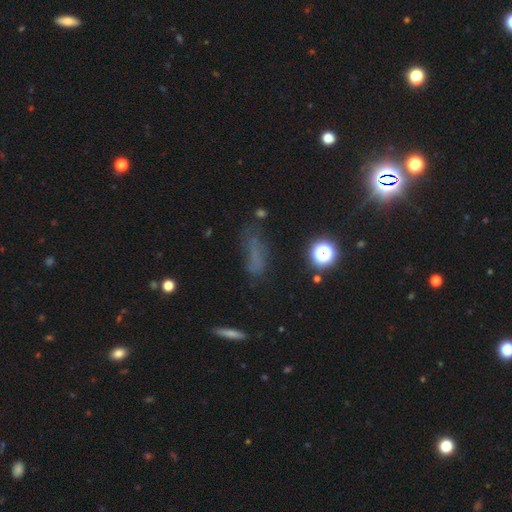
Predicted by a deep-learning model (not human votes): A smooth galaxy with no disk features (52%) that is in between round and cigar-shaped (47%). Merging: none (57%).